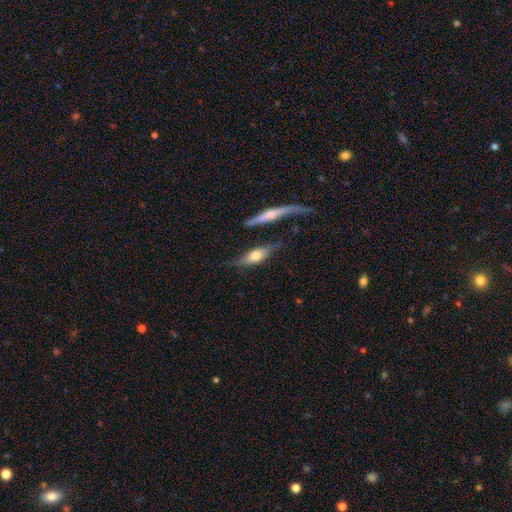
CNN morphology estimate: Smooth or featured: smooth — 51% (featured or disk — 42%)
How rounded: in between — 50% (cigar-shaped — 46%)
Merging: none — 62% (minor disturbance — 20%)